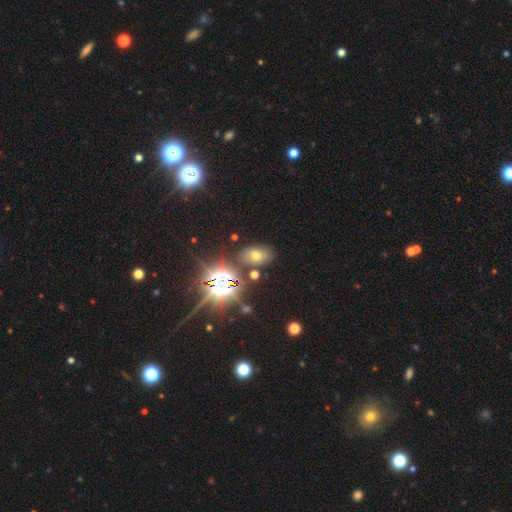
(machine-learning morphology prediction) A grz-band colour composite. It shows a smooth galaxy with no disk features (46%). Merging: none (79%).